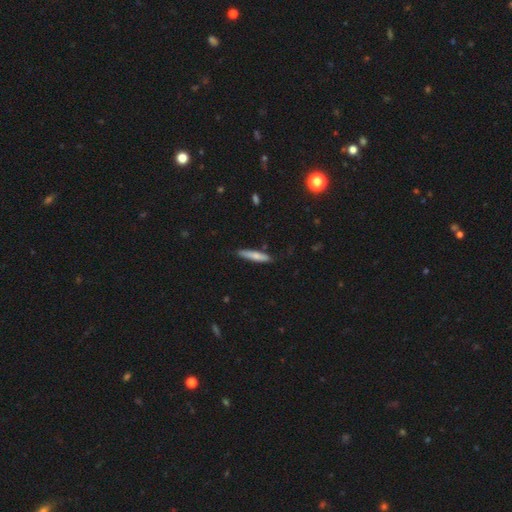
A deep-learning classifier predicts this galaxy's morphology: A smooth galaxy with no disk features (72%) that is cigar-shaped (88%). Merging: none (84%).